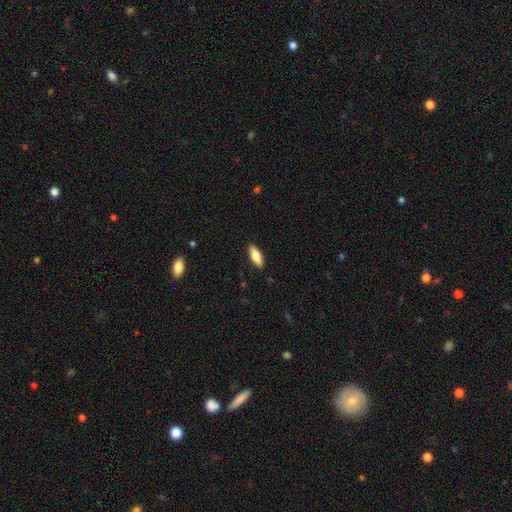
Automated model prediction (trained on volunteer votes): Q: Smooth or featured?
A: smooth (75%); runner-up: featured or disk (19%)
Q: How rounded?
A: in between (63%); runner-up: cigar-shaped (35%)
Q: Merging?
A: none (90%); runner-up: minor disturbance (8%)